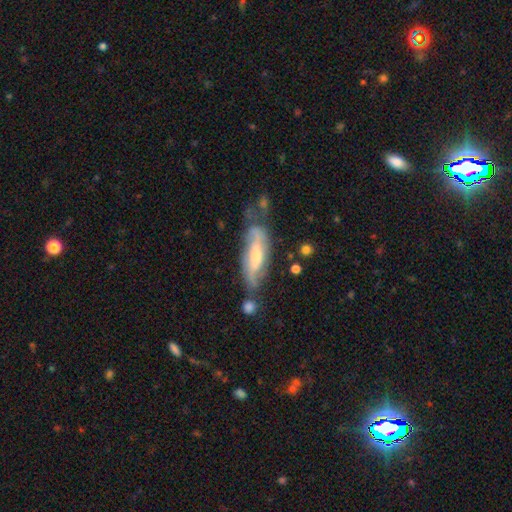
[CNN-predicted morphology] Overall: featured or disk (68%). Edge-on disk: no (75%). Bar: no (47%; weak 36%). Spiral arms: yes (83%). Bulge size: moderate (49%; small 43%). Merging: none (50%; minor disturbance 27%).